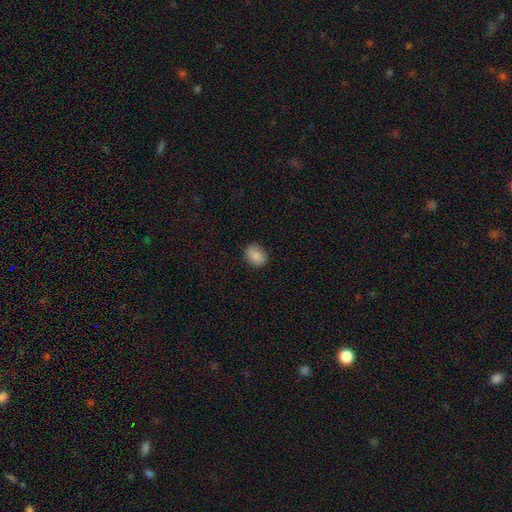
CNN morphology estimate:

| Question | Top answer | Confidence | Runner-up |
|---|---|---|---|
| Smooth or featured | smooth | 87% | star or artifact (8%) |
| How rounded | in between | 57% | round (42%) |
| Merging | none | 86% | minor disturbance (11%) |